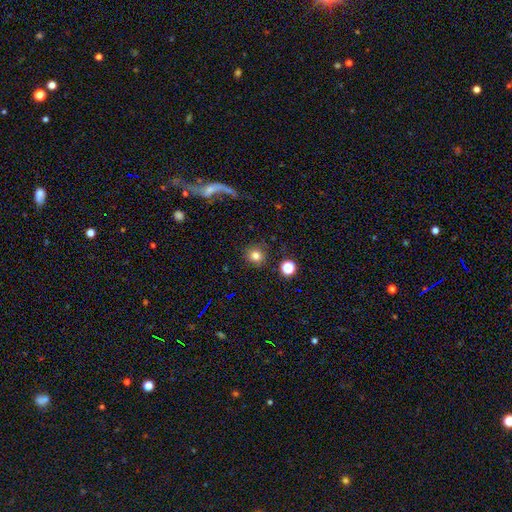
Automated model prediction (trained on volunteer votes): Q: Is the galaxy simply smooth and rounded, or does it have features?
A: smooth — 78%.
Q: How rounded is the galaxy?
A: round — 91%.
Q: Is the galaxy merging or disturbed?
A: none — 85%.